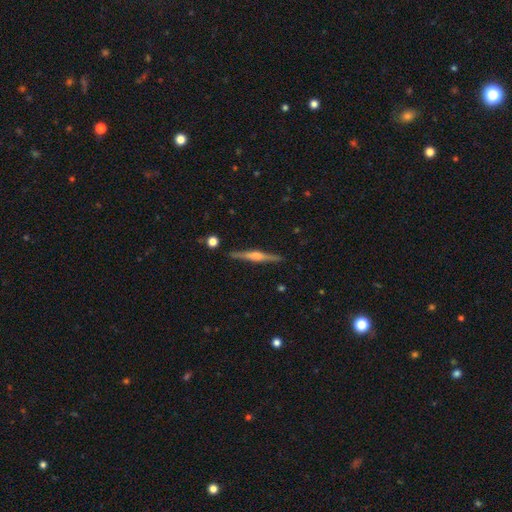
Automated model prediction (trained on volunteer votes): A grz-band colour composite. It shows a featured or disk galaxy (78%) viewed edge-on (98%) with a rounded central bulge (76%). Merging: none (91%).